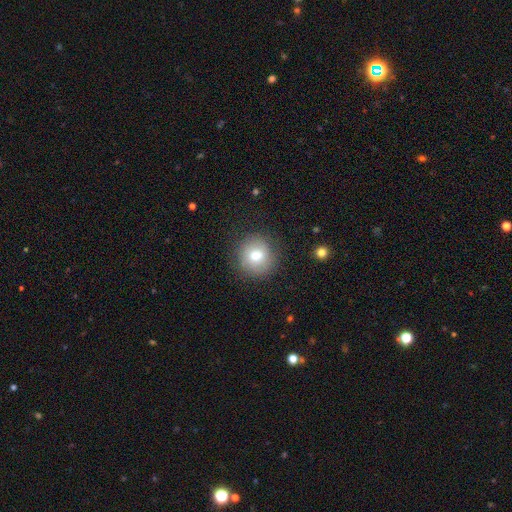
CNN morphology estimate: Smooth or featured: smooth — 75% (featured or disk — 15%)
How rounded: round — 91% (in between — 8%)
Merging: none — 86% (minor disturbance — 9%)